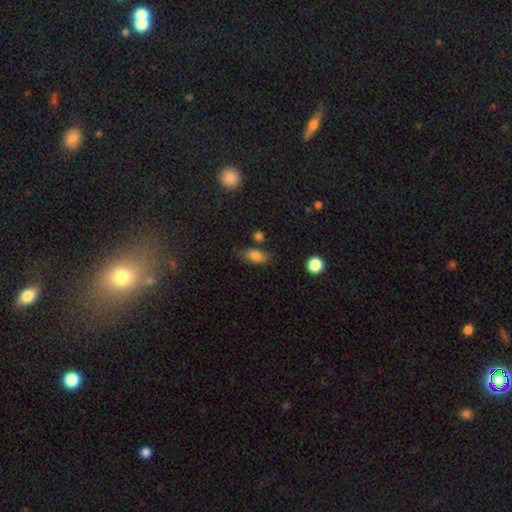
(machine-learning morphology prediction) smooth_or_featured: smooth (p=0.81) [alt: featured or disk p=0.10]
how_rounded: in between (p=0.86) [alt: round p=0.09]
merging: none (p=0.62) [alt: minor disturbance p=0.24]